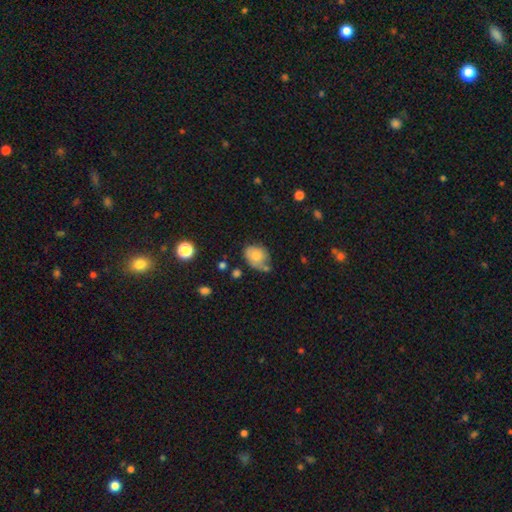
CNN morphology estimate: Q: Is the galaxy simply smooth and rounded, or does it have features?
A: smooth — 73%.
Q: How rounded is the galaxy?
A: in between — 57%.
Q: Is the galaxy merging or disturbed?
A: none — 46%.